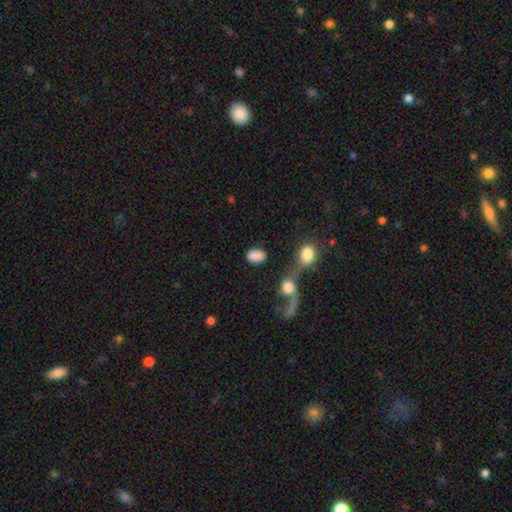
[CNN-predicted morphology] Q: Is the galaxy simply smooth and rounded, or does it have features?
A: smooth — 82%.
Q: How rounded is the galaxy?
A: in between — 84%.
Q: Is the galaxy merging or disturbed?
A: none — 57%.